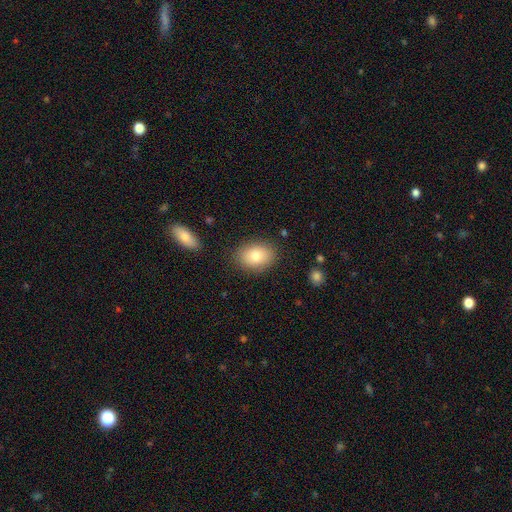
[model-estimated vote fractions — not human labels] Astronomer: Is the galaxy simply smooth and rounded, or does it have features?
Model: smooth — 80%.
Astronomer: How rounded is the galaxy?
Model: in between — 71%.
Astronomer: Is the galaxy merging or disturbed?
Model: none — 85%.